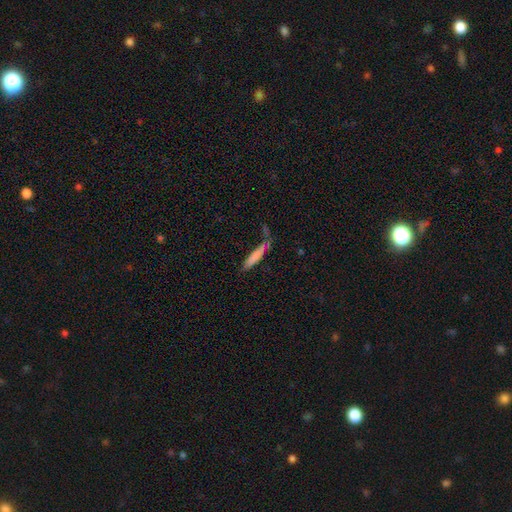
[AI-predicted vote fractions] A smooth galaxy with no disk features (75%) that is cigar-shaped (88%).

Vote fractions:
- Smooth or featured? smooth: 75% / featured or disk: 18% / star or artifact: 7%
- How rounded? cigar-shaped: 88% / in between: 11% / round: 2%
- Merging? none: 53% / minor disturbance: 23% / merger: 12% / major disturbance: 11%